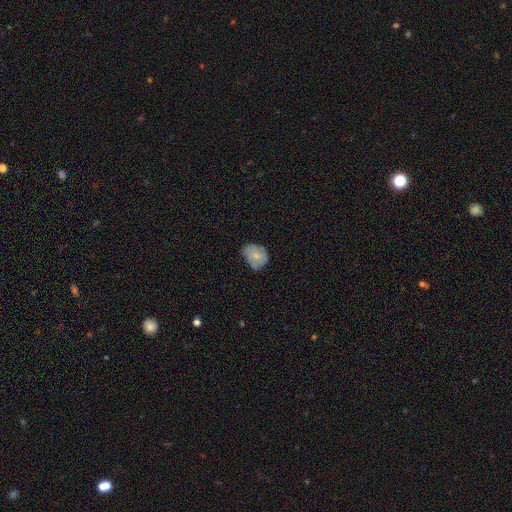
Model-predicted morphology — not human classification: Smooth or featured? Predicted: smooth (p=0.67). How rounded? Predicted: in between (p=0.57). Merging? Predicted: none (p=0.51).